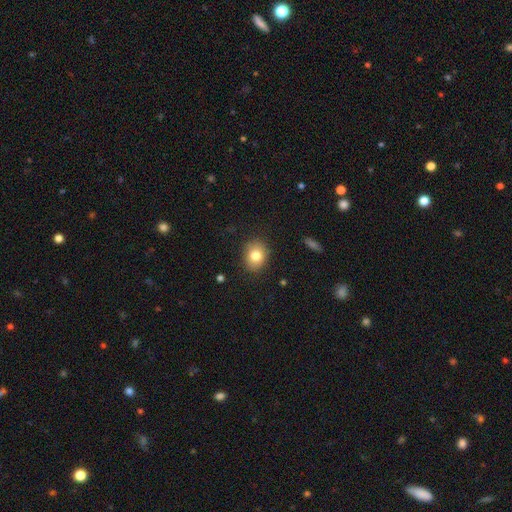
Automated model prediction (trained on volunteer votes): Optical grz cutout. It shows a smooth galaxy with no disk features (80%) that is round (50%). Merging: none (85%).